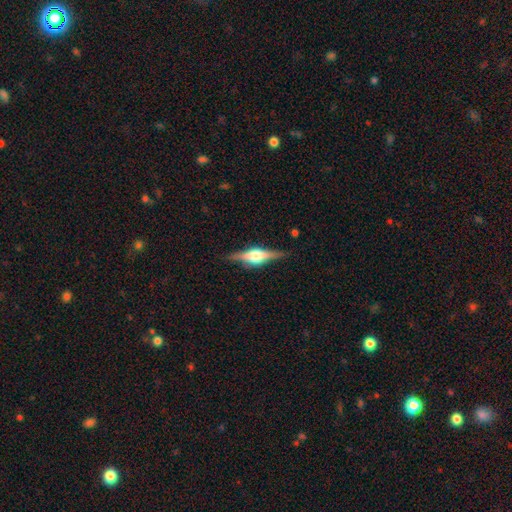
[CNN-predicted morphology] This appears to be a featured or disk galaxy (78%) viewed edge-on (97%) with a rounded central bulge (89%). Merging: none (86%).